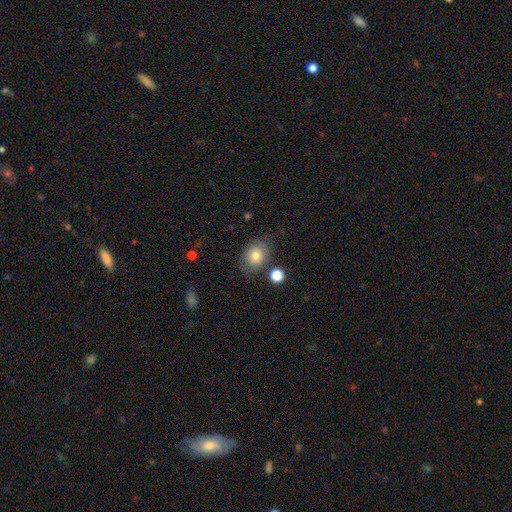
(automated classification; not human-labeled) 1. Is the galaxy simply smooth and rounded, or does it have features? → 76% smooth, 15% featured or disk, 9% star or artifact.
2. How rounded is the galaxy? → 60% in between, 39% round, 1% cigar-shaped.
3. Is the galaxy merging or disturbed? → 71% none, 18% minor disturbance, 6% major disturbance, 5% merger.